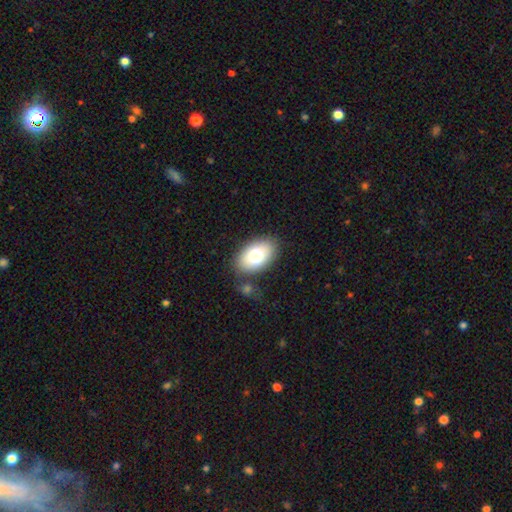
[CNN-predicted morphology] This is likely a smooth galaxy (75%). How rounded: clearly in between (90%). Merging: likely none (74%).